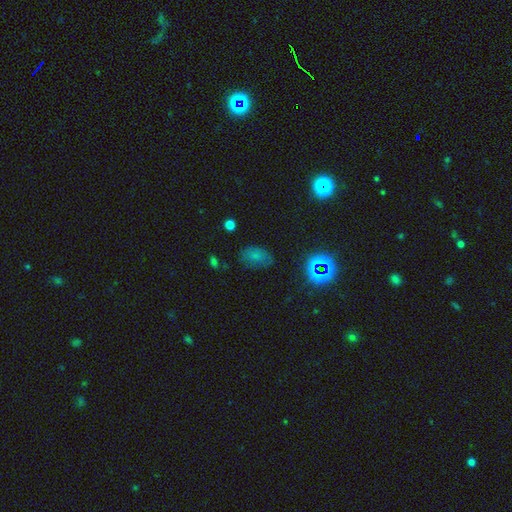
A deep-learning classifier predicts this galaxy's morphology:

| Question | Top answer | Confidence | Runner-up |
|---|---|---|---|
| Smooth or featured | smooth | 65% | star or artifact (23%) |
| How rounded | in between | 86% | round (12%) |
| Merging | none | 66% | minor disturbance (23%) |